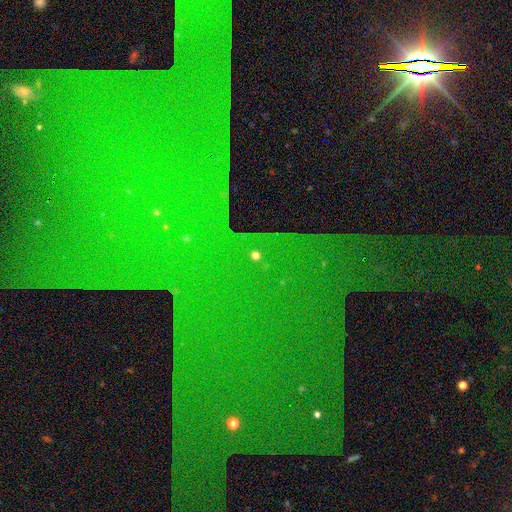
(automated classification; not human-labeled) The model was most divided on "smooth or featured": star or artifact: 78%, smooth: 12%, featured or disk: 10%.